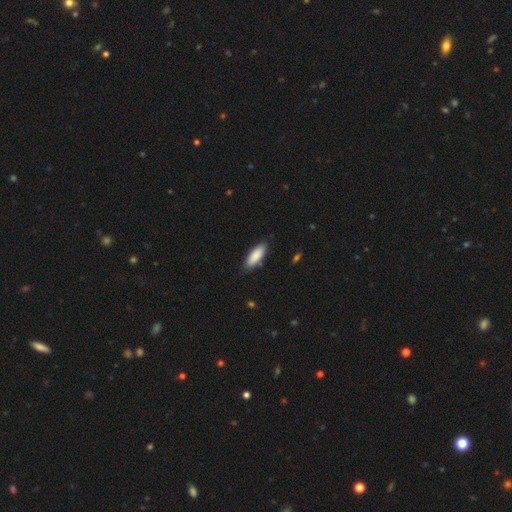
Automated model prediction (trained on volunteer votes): This is clearly a smooth galaxy (88%). How rounded: likely in between (67%). Merging: clearly none (83%).